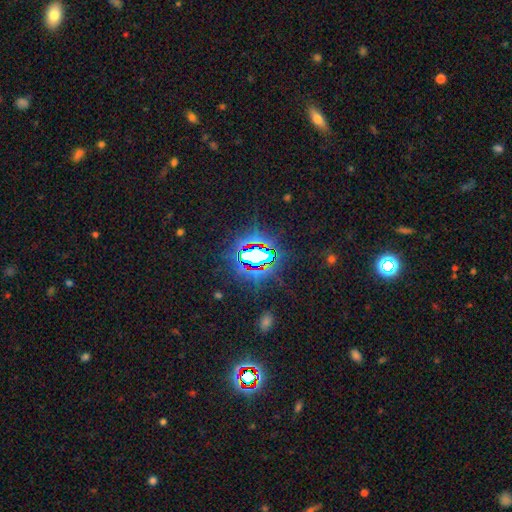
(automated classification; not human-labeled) Smooth or featured?
  - star or artifact: 79% *
  - smooth: 12%
  - featured or disk: 10%